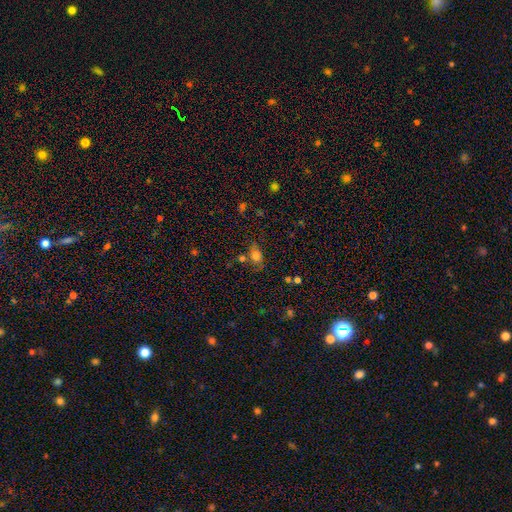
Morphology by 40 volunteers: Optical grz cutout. It shows a smooth galaxy with no disk features (70%) that is in between round and cigar-shaped (54%). Merging: none (49%).